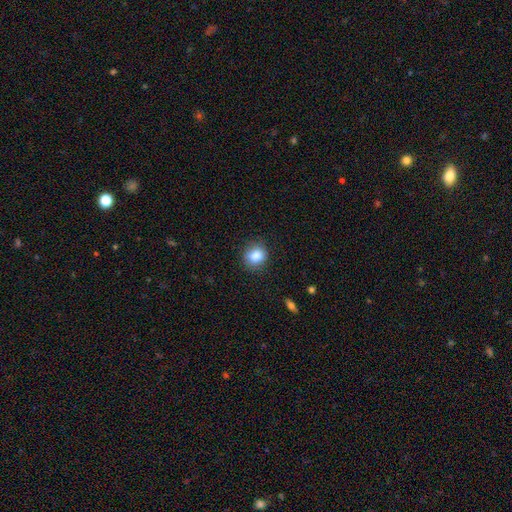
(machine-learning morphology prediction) The model was most divided on "how rounded": round: 73%, in between: 26%, cigar-shaped: 1%. More confident: smooth or featured — smooth (84%); merging — none (82%).